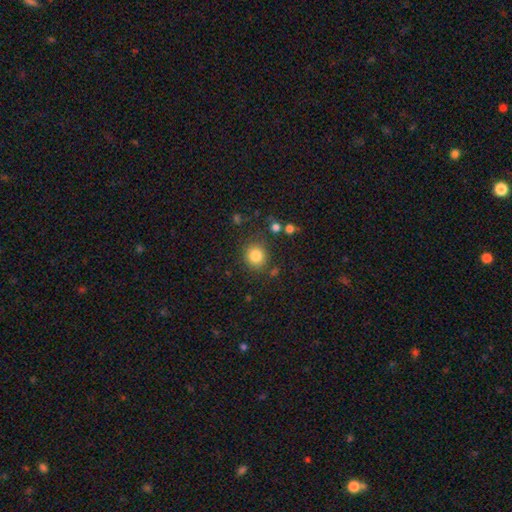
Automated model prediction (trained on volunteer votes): Q: Smooth or featured?
A: smooth (83%); runner-up: star or artifact (11%)
Q: How rounded?
A: round (87%); runner-up: in between (12%)
Q: Merging?
A: none (83%); runner-up: minor disturbance (9%)